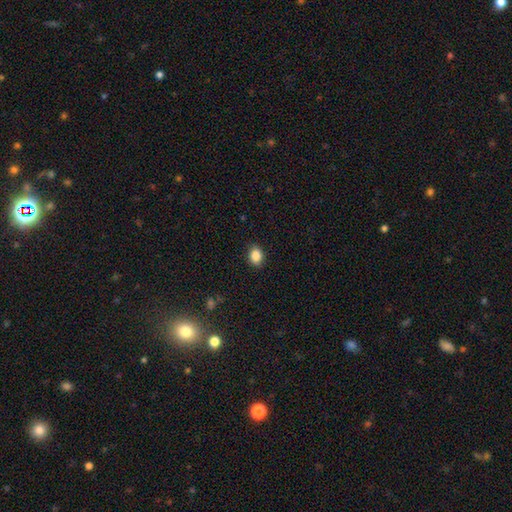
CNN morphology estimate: Q: Smooth or featured?
A: smooth (87%); runner-up: star or artifact (9%)
Q: How rounded?
A: in between (64%); runner-up: round (35%)
Q: Merging?
A: none (88%); runner-up: minor disturbance (8%)